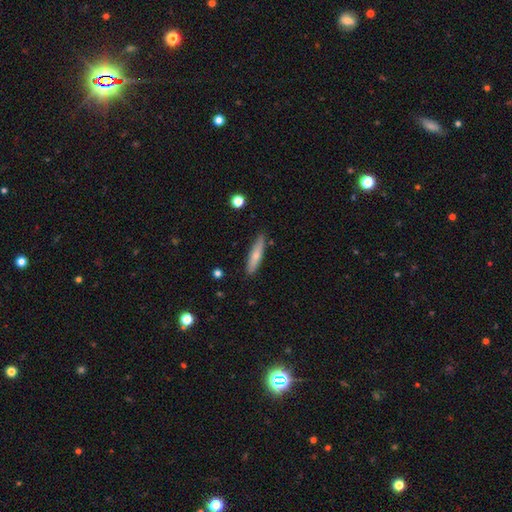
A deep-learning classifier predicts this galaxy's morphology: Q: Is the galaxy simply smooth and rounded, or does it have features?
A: smooth — 66%.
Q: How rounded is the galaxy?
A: cigar-shaped — 84%.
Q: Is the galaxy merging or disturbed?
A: none — 86%.